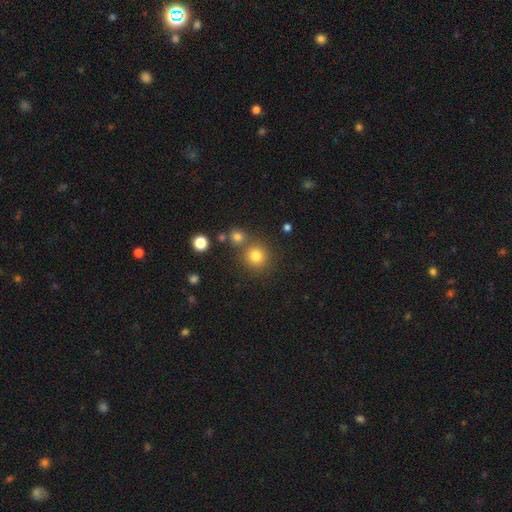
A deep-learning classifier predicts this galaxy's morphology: This is likely a smooth galaxy (79%). How rounded: clearly round (91%). Merging: likely none (74%).